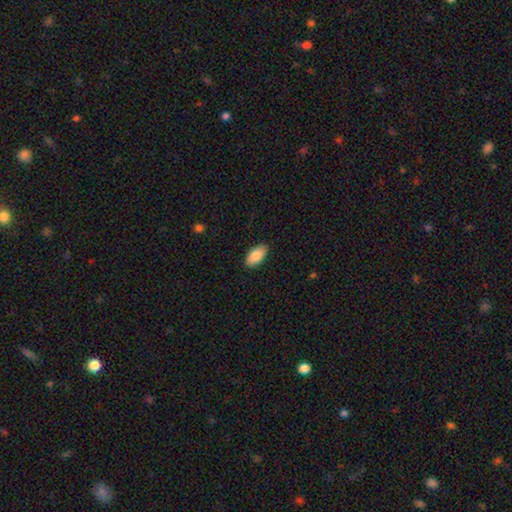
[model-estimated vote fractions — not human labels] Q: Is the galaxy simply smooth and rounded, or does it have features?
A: smooth — 86%.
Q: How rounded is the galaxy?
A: in between — 94%.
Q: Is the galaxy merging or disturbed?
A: none — 88%.